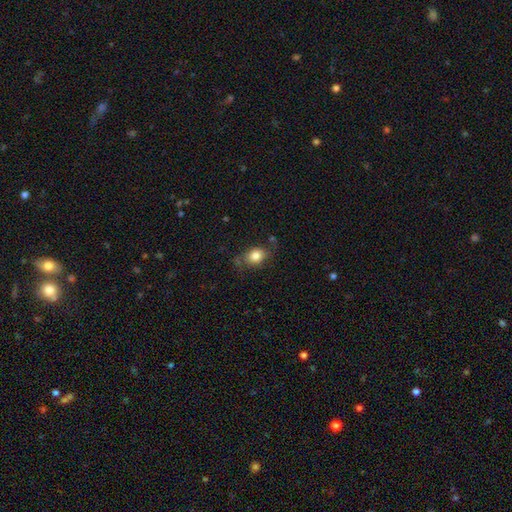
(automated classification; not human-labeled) smooth-or-featured: smooth: 81% | featured or disk: 10% | star or artifact: 9%
  how-rounded: in between: 58% | round: 40% | cigar-shaped: 1%
  merging: none: 67% | minor disturbance: 22% | major disturbance: 7% | merger: 3%